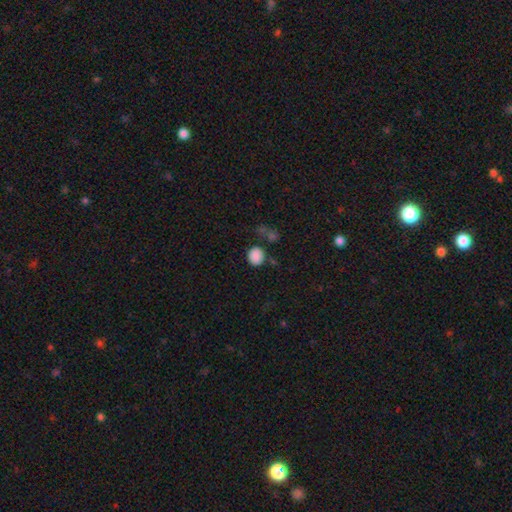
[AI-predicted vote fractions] Smooth or featured?
  - smooth: 86% *
  - star or artifact: 10%
  - featured or disk: 4%
How rounded?
  - round: 78% *
  - in between: 21%
  - cigar-shaped: 1%
Merging?
  - none: 75% *
  - minor disturbance: 11%
  - merger: 9%
  - major disturbance: 4%